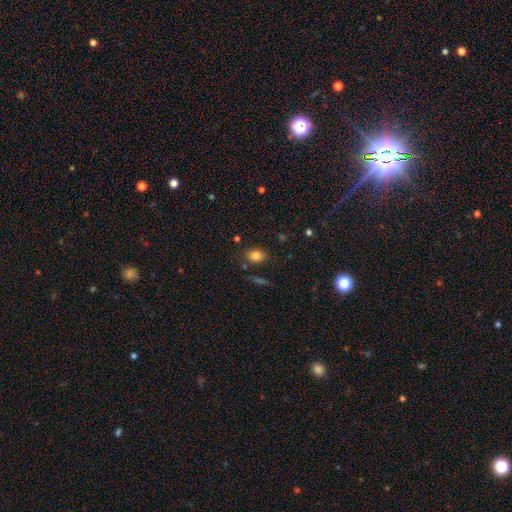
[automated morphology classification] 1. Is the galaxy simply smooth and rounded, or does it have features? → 81% smooth, 11% star or artifact, 8% featured or disk.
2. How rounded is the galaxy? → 72% in between, 26% round, 2% cigar-shaped.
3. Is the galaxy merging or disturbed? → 79% none, 13% minor disturbance, 4% merger, 4% major disturbance.